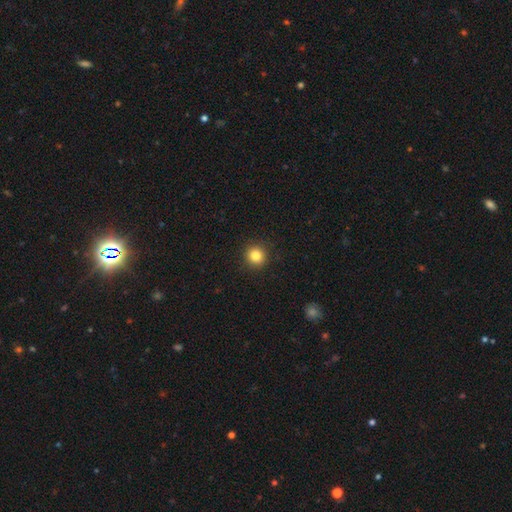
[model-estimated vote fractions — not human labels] smooth_or_featured: smooth (p=0.83) [alt: star or artifact p=0.11]
how_rounded: round (p=0.94) [alt: in between p=0.05]
merging: none (p=0.92) [alt: minor disturbance p=0.05]